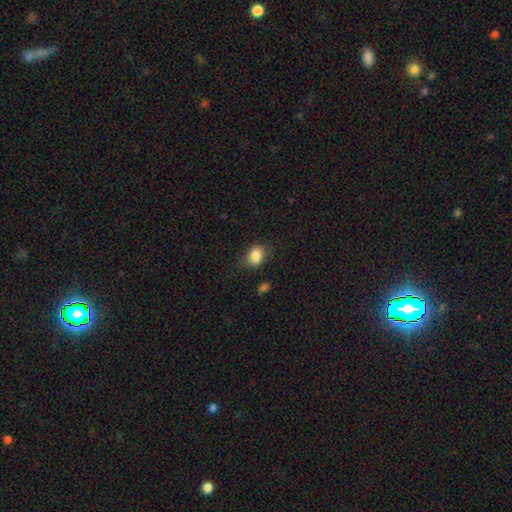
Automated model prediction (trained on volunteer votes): A smooth galaxy with no disk features (85%) that is in between round and cigar-shaped (58%).

Vote fractions:
- Smooth or featured? smooth: 85% / star or artifact: 9% / featured or disk: 5%
- How rounded? in between: 58% / round: 41% / cigar-shaped: 1%
- Merging? none: 73% / minor disturbance: 19% / major disturbance: 5% / merger: 2%